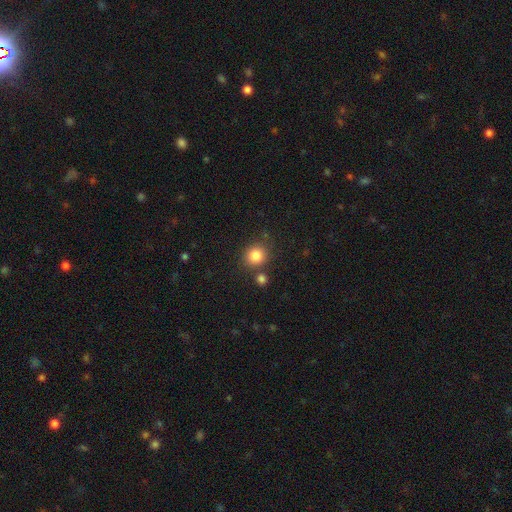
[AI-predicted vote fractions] A smooth galaxy with no disk features (84%) that is round (84%).

Vote fractions:
- Smooth or featured? smooth: 84% / star or artifact: 11% / featured or disk: 6%
- How rounded? round: 84% / in between: 15% / cigar-shaped: 1%
- Merging? none: 75% / merger: 12% / minor disturbance: 10% / major disturbance: 3%